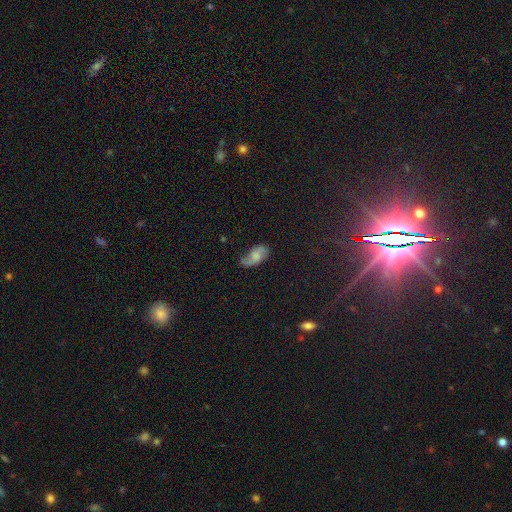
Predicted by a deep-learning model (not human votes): Smooth or featured?
  - smooth: 49% *
  - featured or disk: 41%
  - star or artifact: 10%
Merging?
  - none: 58% *
  - minor disturbance: 29%
  - major disturbance: 11%
  - merger: 2%